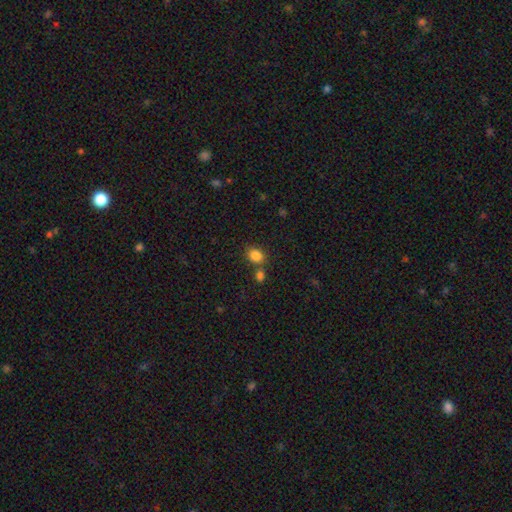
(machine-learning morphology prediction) This is clearly a smooth galaxy (85%). How rounded: possibly in between (53%). Merging: likely none (65%).